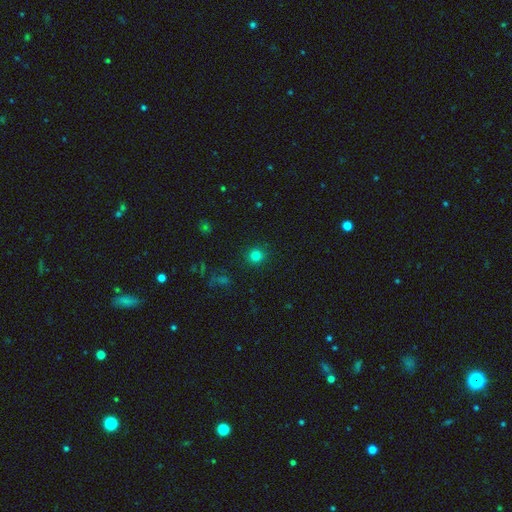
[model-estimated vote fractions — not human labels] This is likely a smooth galaxy (79%). How rounded: clearly round (93%). Merging: clearly none (91%).